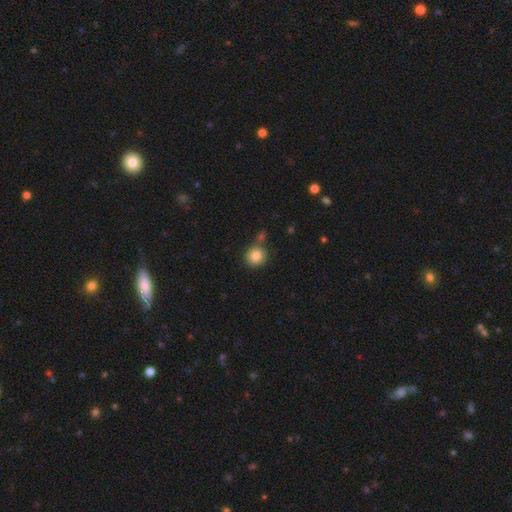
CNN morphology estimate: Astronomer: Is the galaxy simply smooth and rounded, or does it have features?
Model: smooth — 84%.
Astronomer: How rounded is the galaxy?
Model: round — 88%.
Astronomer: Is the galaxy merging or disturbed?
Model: none — 75%.